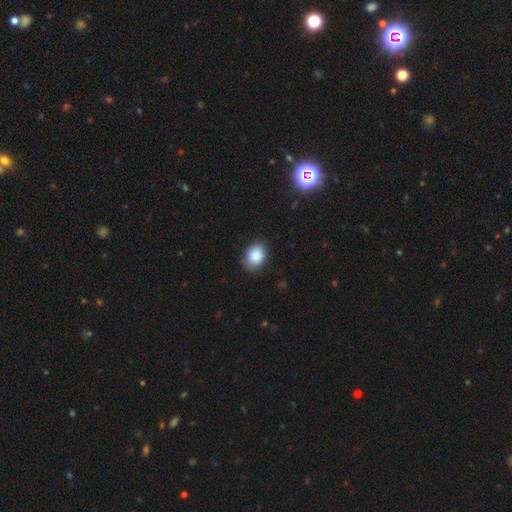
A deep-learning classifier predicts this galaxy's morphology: Smooth or featured: smooth — 86% (star or artifact — 8%)
How rounded: in between — 69% (round — 30%)
Merging: none — 78% (minor disturbance — 17%)